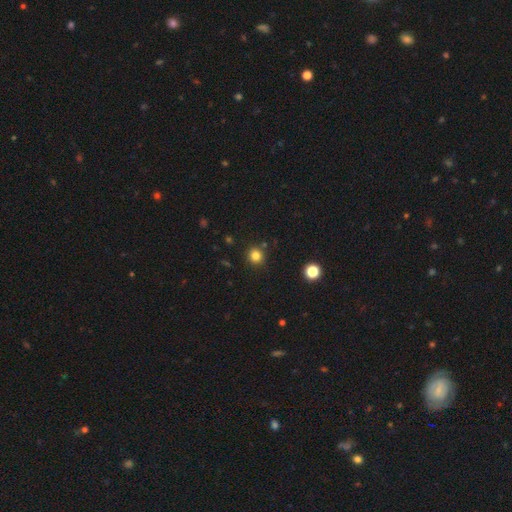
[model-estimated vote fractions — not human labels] Smooth or featured: smooth — 81% (star or artifact — 14%)
How rounded: round — 93% (in between — 6%)
Merging: none — 89% (minor disturbance — 6%)